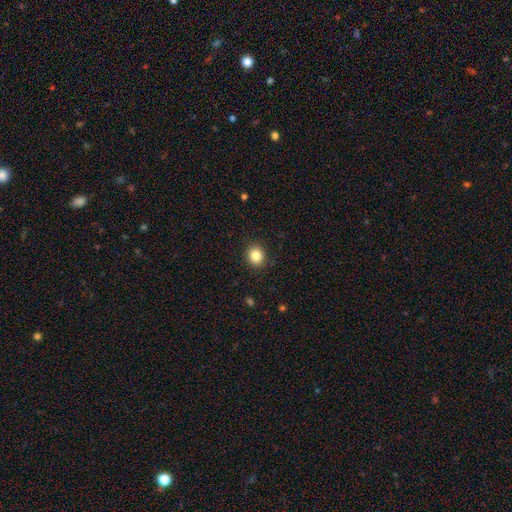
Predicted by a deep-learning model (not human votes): A smooth galaxy with no disk features (84%) that is round (73%).

Vote fractions:
- Smooth or featured? smooth: 84% / star or artifact: 10% / featured or disk: 6%
- How rounded? round: 73% / in between: 26% / cigar-shaped: 1%
- Merging? none: 90% / minor disturbance: 7% / major disturbance: 2% / merger: 1%